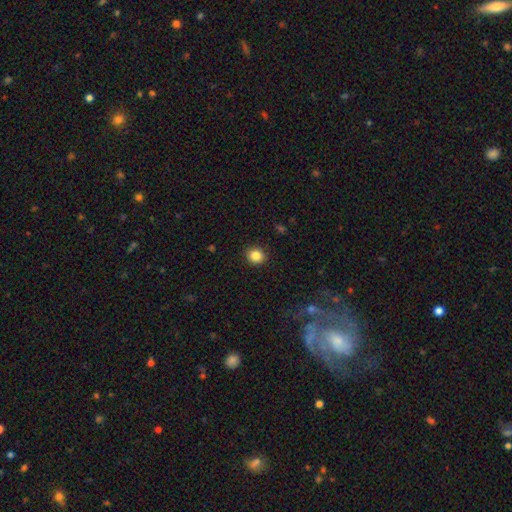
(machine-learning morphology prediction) This is clearly a smooth galaxy (85%). How rounded: clearly round (81%). Merging: clearly none (91%).